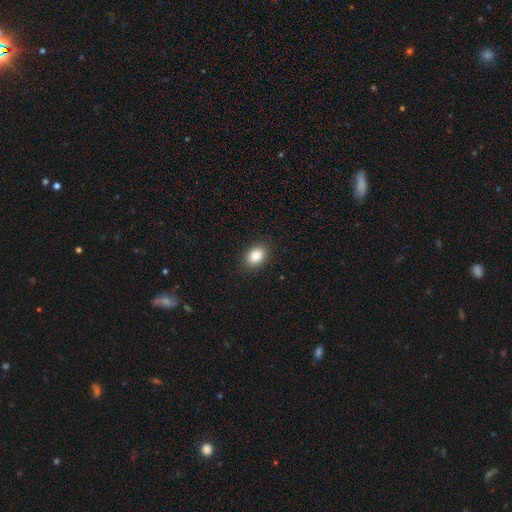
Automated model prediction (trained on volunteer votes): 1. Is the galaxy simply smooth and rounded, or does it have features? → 86% smooth, 9% star or artifact, 5% featured or disk.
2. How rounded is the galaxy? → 80% in between, 19% round, 1% cigar-shaped.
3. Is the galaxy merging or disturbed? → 89% none, 8% minor disturbance, 2% major disturbance, 1% merger.